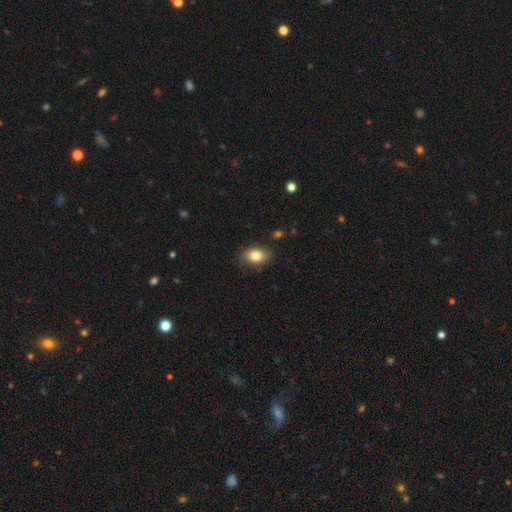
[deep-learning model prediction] smooth_or_featured: smooth (p=0.83) [alt: featured or disk p=0.09]
how_rounded: in between (p=0.83) [alt: round p=0.15]
merging: none (p=0.83) [alt: minor disturbance p=0.12]